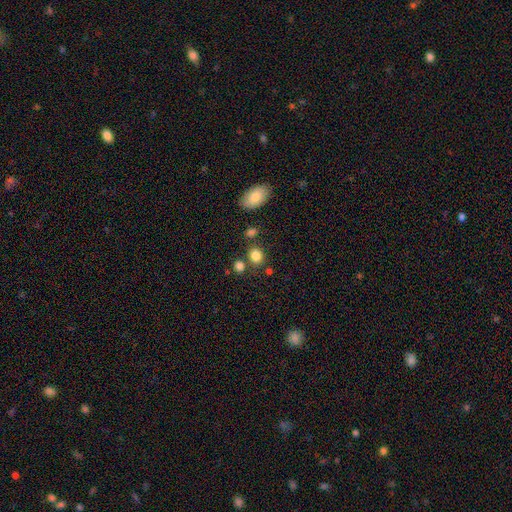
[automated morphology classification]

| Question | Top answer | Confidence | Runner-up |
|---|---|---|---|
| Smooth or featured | smooth | 84% | star or artifact (11%) |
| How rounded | round | 62% | in between (36%) |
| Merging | none | 73% | merger (12%) |